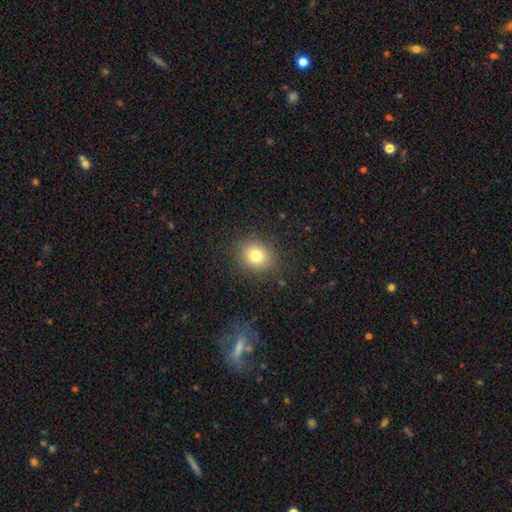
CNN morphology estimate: The model was most divided on "how rounded": round: 72%, in between: 27%, cigar-shaped: 1%. More confident: merging — none (86%); smooth or featured — smooth (78%).